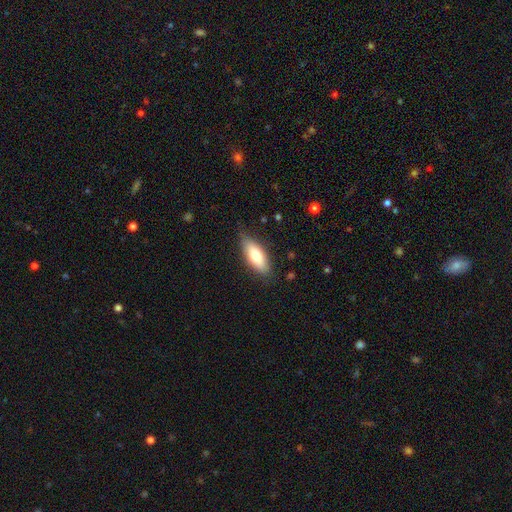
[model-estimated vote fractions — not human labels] smooth-or-featured: smooth: 74% | featured or disk: 20% | star or artifact: 6%
  how-rounded: in between: 72% | cigar-shaped: 25% | round: 2%
  merging: none: 78% | minor disturbance: 17% | major disturbance: 3% | merger: 1%